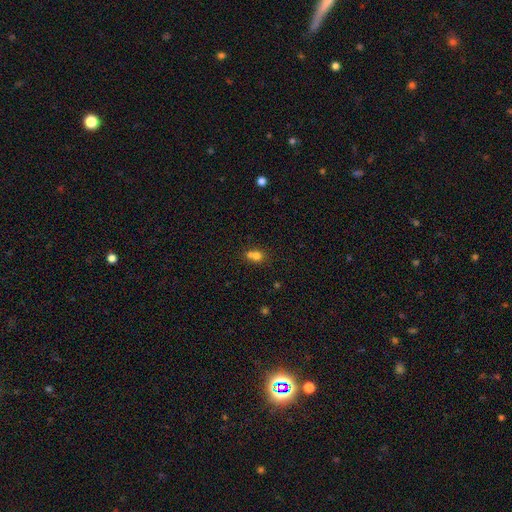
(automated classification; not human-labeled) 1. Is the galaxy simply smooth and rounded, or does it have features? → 71% smooth, 15% star or artifact, 14% featured or disk.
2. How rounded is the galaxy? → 67% round, 31% in between, 1% cigar-shaped.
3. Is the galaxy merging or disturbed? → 56% merger, 32% none, 8% minor disturbance, 4% major disturbance.